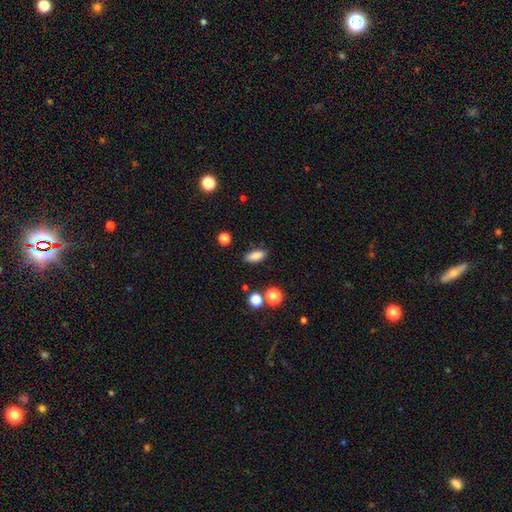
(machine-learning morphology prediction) Smooth or featured?
  - smooth: 85% *
  - star or artifact: 9%
  - featured or disk: 6%
How rounded?
  - in between: 76% *
  - cigar-shaped: 20%
  - round: 4%
Merging?
  - none: 85% *
  - minor disturbance: 10%
  - major disturbance: 3%
  - merger: 2%